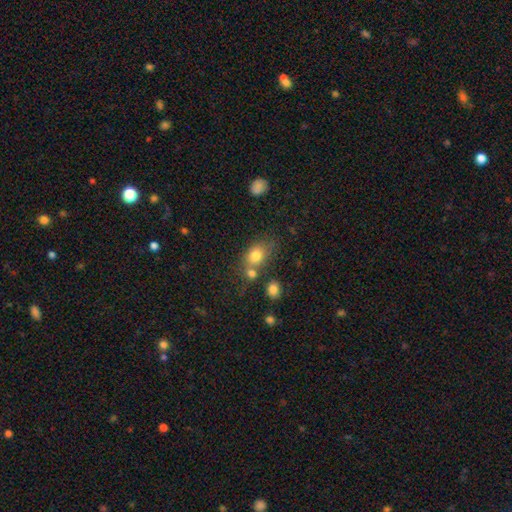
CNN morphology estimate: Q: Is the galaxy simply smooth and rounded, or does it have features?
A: smooth — 79%.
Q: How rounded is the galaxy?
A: in between — 58%.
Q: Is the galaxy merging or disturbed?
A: none — 48%.